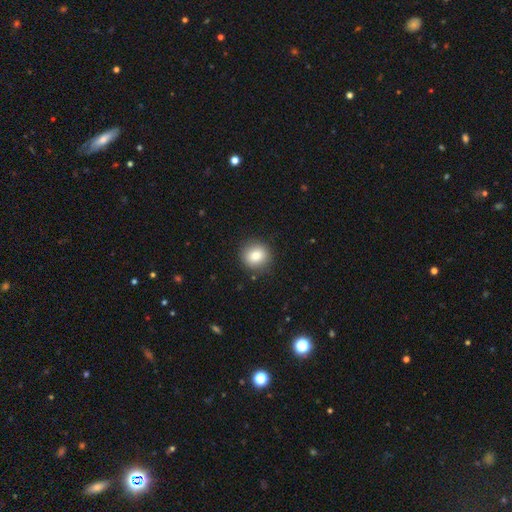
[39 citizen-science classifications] smooth_or_featured: smooth (p=0.95) [alt: featured or disk p=0.05]
how_rounded: round (p=0.89) [alt: in between p=0.11]
merging: none (p=0.85) [alt: minor disturbance p=0.08]